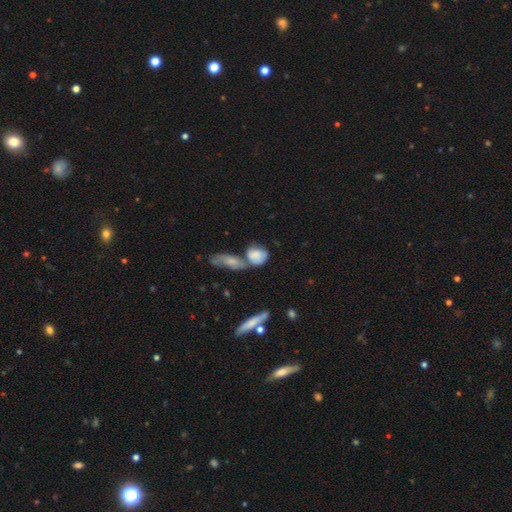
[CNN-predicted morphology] The model was most divided on "how rounded": in between: 52%, round: 42%, cigar-shaped: 6%. Remaining: smooth or featured — smooth (70%); merging — merger (48%).